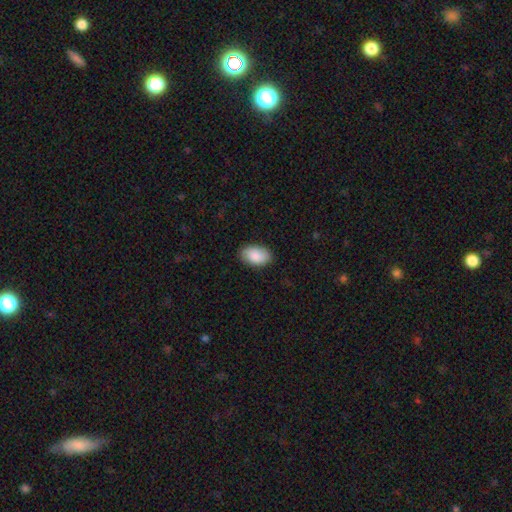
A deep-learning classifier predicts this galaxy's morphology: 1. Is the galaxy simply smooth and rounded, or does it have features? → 87% smooth, 7% featured or disk, 6% star or artifact.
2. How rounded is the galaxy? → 92% in between, 7% round, 1% cigar-shaped.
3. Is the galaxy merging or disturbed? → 86% none, 11% minor disturbance, 2% major disturbance, 1% merger.